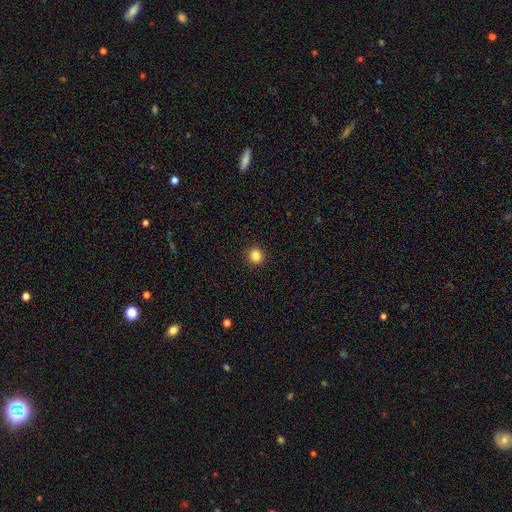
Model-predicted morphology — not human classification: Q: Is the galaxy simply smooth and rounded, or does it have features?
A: smooth — 84%.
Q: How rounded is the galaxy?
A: round — 93%.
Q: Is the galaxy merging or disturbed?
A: none — 93%.